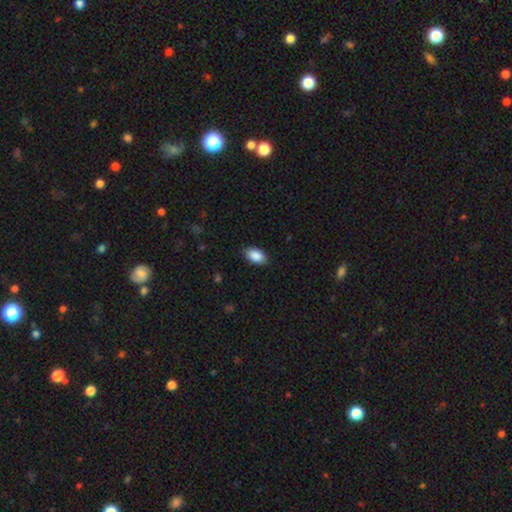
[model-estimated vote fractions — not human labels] This appears to be a smooth galaxy with no disk features (89%) that is in between round and cigar-shaped (93%). Merging: none (86%).